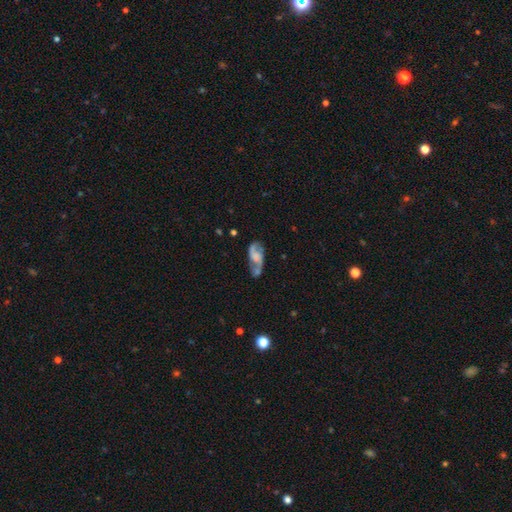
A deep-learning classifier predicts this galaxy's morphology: Smooth or featured? featured or disk (68%)
Edge-on disk? no (92%)
Bar? no (53%)
Spiral arms? yes (88%)
Spiral winding? loose (45%)
Spiral arm count? 2 (86%)
Bulge size? none (37%)
Merging? none (55%)